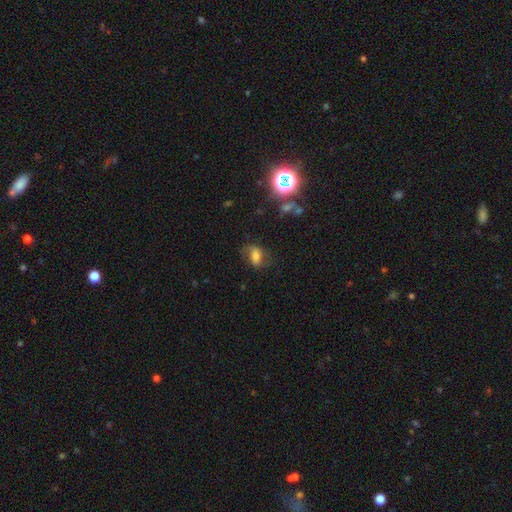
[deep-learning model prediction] This is possibly a smooth galaxy (56%). How rounded: clearly in between (80%). Merging: possibly none (56%).